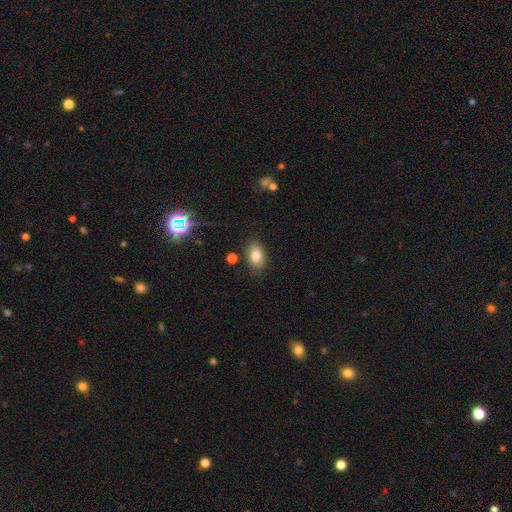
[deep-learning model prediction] Q: Smooth or featured?
A: smooth (81%); runner-up: star or artifact (10%)
Q: How rounded?
A: in between (82%); runner-up: round (16%)
Q: Merging?
A: none (84%); runner-up: minor disturbance (11%)